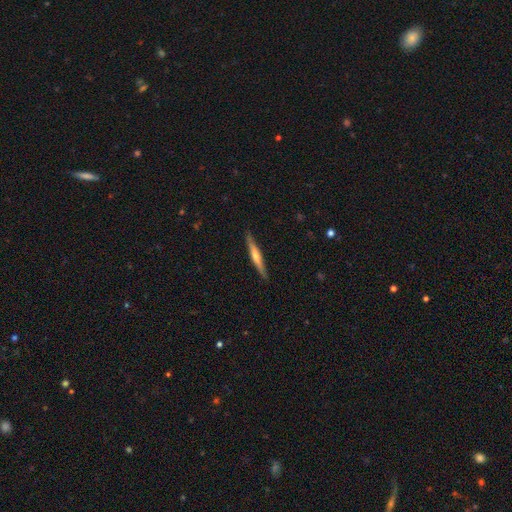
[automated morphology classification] Q: Smooth or featured?
A: featured or disk (54%); runner-up: smooth (40%)
Q: Edge-on disk?
A: yes (96%); runner-up: no (4%)
Q: Edge-on bulge?
A: rounded (68%); runner-up: none (24%)
Q: Merging?
A: none (88%); runner-up: minor disturbance (9%)